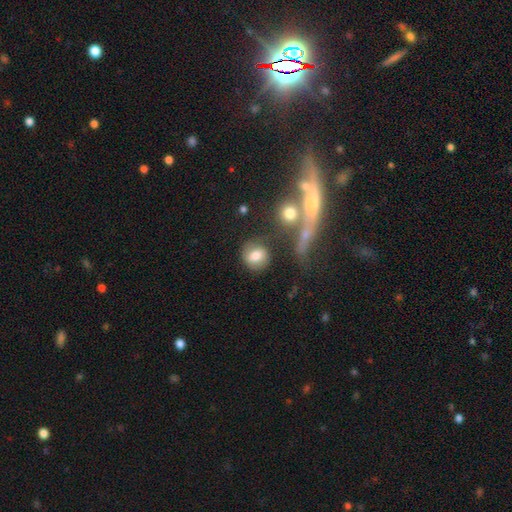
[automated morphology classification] A smooth galaxy with no disk features (74%) that is round (74%).

Vote fractions:
- Smooth or featured? smooth: 74% / featured or disk: 17% / star or artifact: 9%
- How rounded? round: 74% / in between: 24% / cigar-shaped: 2%
- Merging? none: 69% / minor disturbance: 15% / merger: 9% / major disturbance: 7%